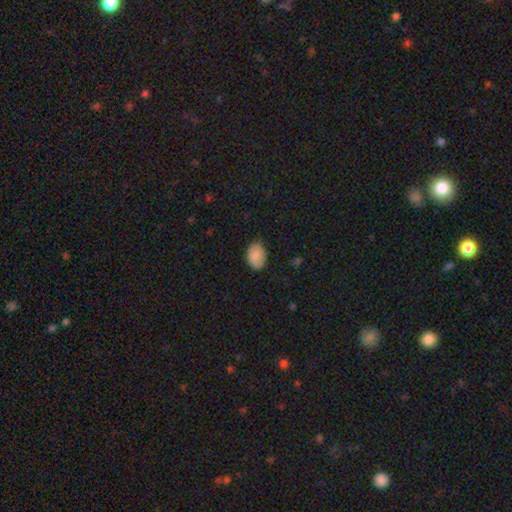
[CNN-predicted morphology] smooth_or_featured: smooth (p=0.86) [alt: star or artifact p=0.07]
how_rounded: in between (p=0.80) [alt: round p=0.19]
merging: none (p=0.79) [alt: minor disturbance p=0.17]